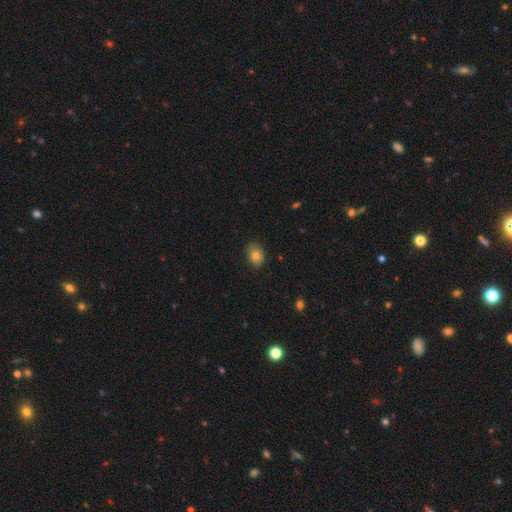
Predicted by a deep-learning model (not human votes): The model was most divided on "how rounded": in between: 60%, round: 39%, cigar-shaped: 1%. More confident: smooth or featured — smooth (79%); merging — none (77%).